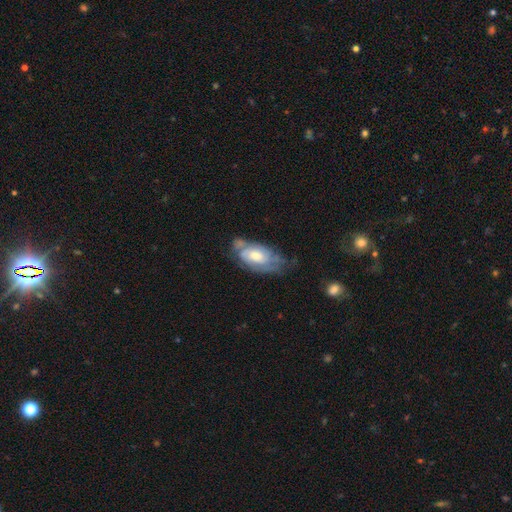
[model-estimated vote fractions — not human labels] Smooth or featured? Predicted: featured or disk (p=0.68). Edge-on disk? Predicted: no (p=0.93). Bar? Predicted: no (p=0.67). Spiral arms? Predicted: yes (p=0.81). Spiral winding? Predicted: tight (p=0.58). Spiral arm count? Predicted: can't tell (p=0.47). Bulge size? Predicted: moderate (p=0.61). Merging? Predicted: none (p=0.47).